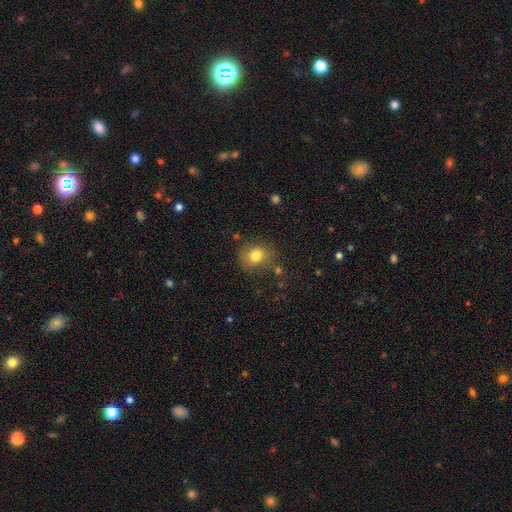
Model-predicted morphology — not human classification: This is likely a smooth galaxy (79%). How rounded: likely round (70%). Merging: likely none (73%).